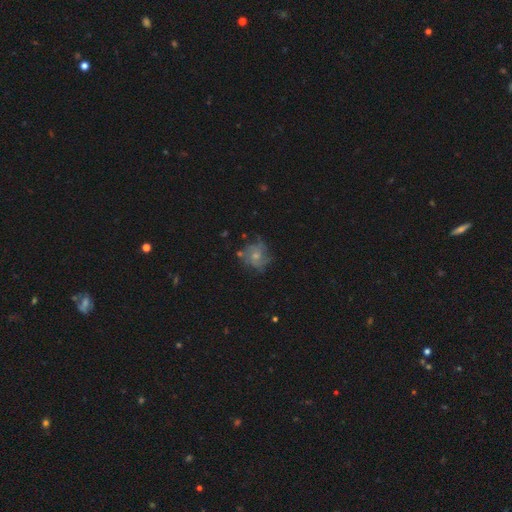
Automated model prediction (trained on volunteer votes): This is possibly a featured or disk galaxy (60%). It is clearly not viewed edge-on (98%). Bar: clearly no (80%). Spiral arm pattern: likely yes (76%). Central bulge: possibly small (50%). Merging: likely none (61%).